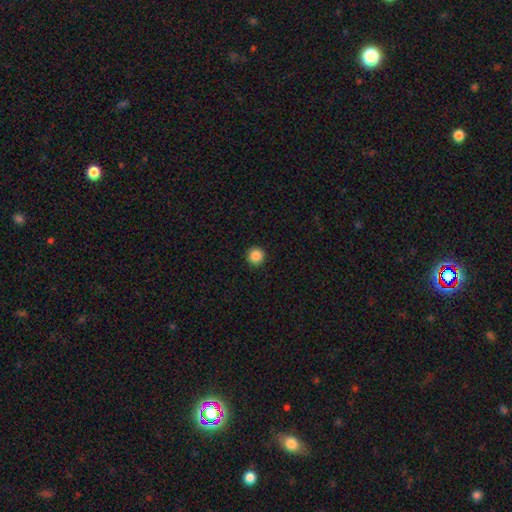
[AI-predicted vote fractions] smooth_or_featured: smooth (p=0.87) [alt: star or artifact p=0.10]
how_rounded: round (p=0.96) [alt: in between p=0.03]
merging: none (p=0.94) [alt: minor disturbance p=0.04]